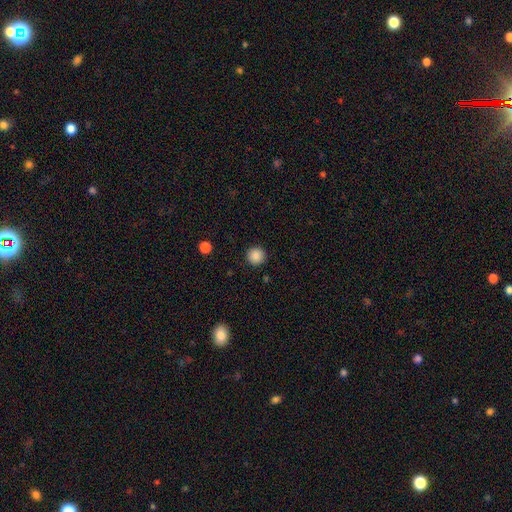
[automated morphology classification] Overall: smooth (87%). How rounded: round (95%). Merging: none (92%).